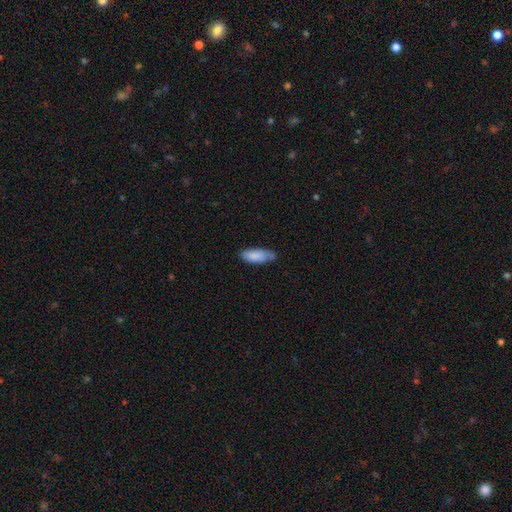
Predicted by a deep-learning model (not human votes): The model was most divided on "merging": none: 59%, minor disturbance: 32%, major disturbance: 5%, merger: 4%. More confident: smooth or featured — smooth (85%); how rounded — in between (74%).